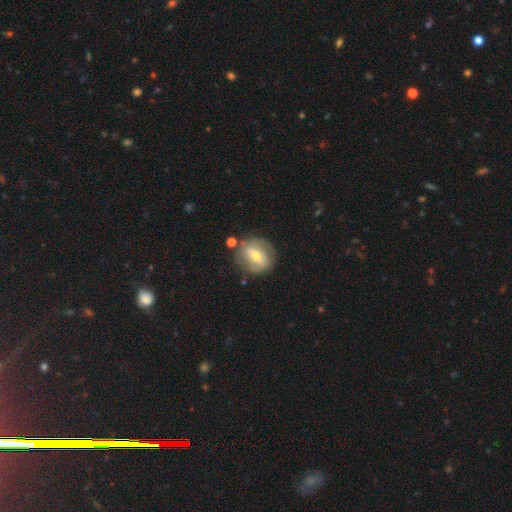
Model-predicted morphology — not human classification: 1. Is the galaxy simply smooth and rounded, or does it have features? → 67% featured or disk, 26% smooth, 7% star or artifact.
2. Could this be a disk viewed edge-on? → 94% no, 6% yes.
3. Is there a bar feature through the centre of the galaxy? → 43% strong, 38% weak, 19% no.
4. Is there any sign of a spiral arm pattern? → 67% yes, 33% no.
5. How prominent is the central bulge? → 56% moderate, 39% small, 3% large, 1% none, 1% dominant.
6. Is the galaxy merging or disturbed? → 73% none, 15% minor disturbance, 6% major disturbance, 5% merger.